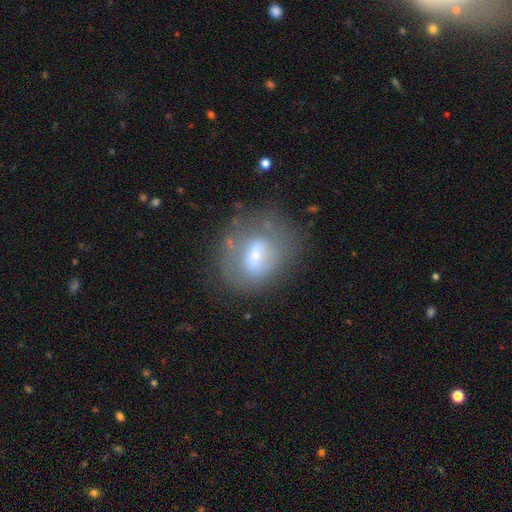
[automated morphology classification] A featured or disk galaxy (48%). Merging: none (56%).